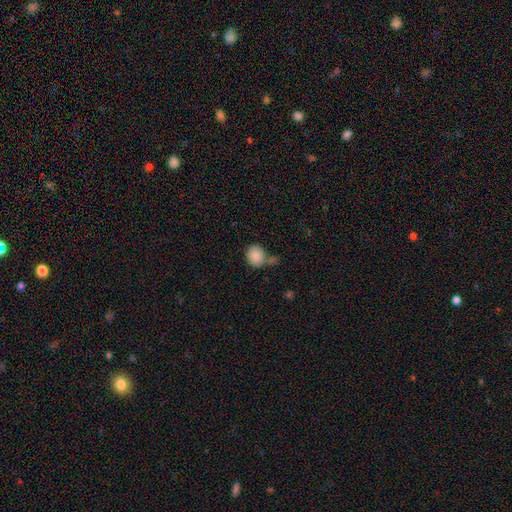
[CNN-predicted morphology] smooth-or-featured: smooth: 87% | star or artifact: 8% | featured or disk: 5%
  how-rounded: round: 70% | in between: 29% | cigar-shaped: 1%
  merging: none: 58% | merger: 23% | minor disturbance: 14% | major disturbance: 4%